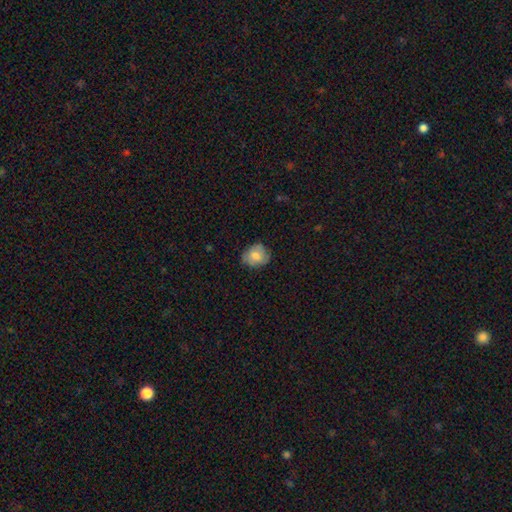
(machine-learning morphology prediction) The model was most divided on "how rounded": round: 64%, in between: 35%, cigar-shaped: 1%. More confident: smooth or featured — smooth (73%); merging — none (72%).